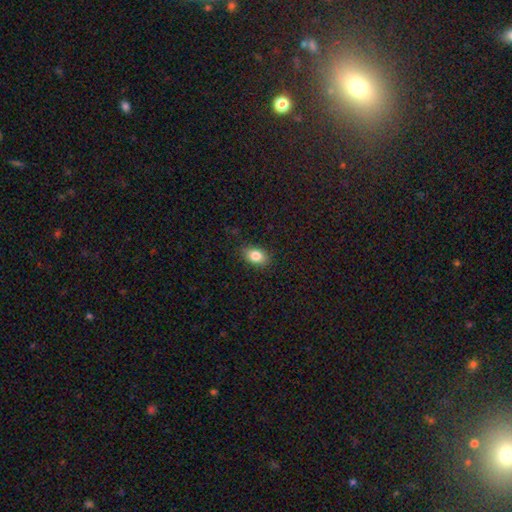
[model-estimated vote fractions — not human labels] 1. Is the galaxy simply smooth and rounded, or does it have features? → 83% smooth, 9% star or artifact, 8% featured or disk.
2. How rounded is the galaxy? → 81% in between, 17% round, 2% cigar-shaped.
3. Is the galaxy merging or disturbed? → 85% none, 11% minor disturbance, 2% major disturbance, 1% merger.